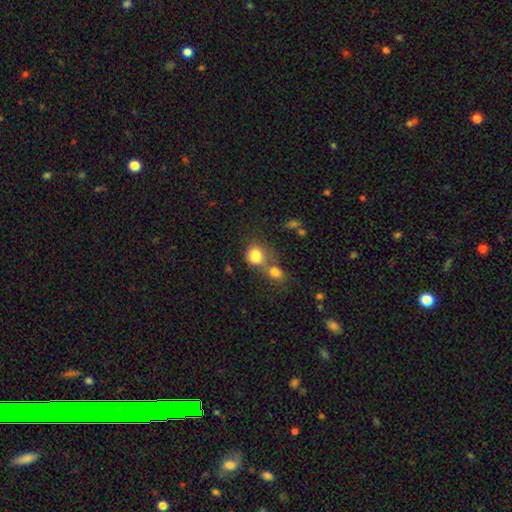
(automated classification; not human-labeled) smooth-or-featured: smooth: 80% | star or artifact: 10% | featured or disk: 10%
  how-rounded: round: 58% | in between: 41% | cigar-shaped: 1%
  merging: merger: 53% | none: 30% | minor disturbance: 11% | major disturbance: 7%